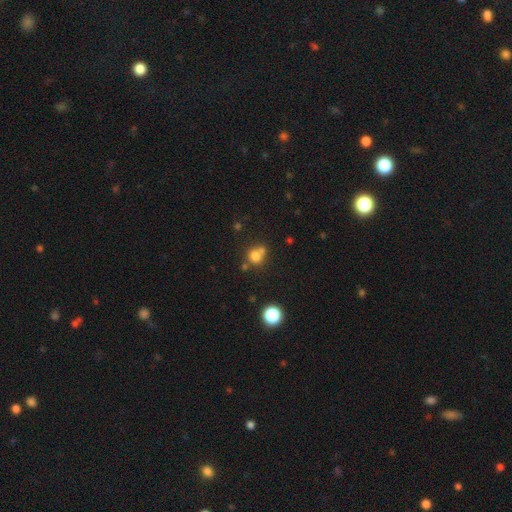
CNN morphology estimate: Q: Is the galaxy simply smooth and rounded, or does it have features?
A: smooth — 75%.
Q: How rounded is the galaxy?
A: round — 84%.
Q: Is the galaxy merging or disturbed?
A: none — 50%.